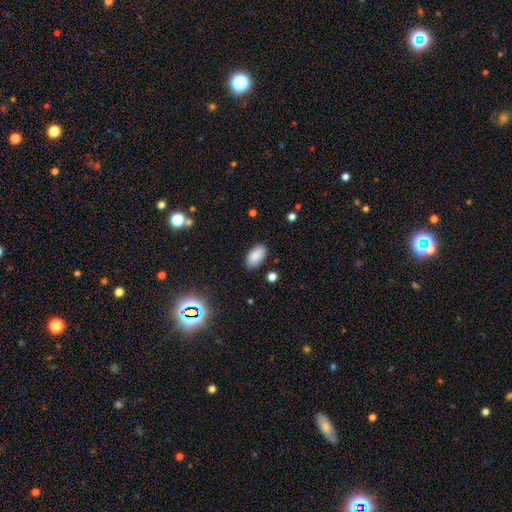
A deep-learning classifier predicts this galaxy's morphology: smooth 87%, star or artifact 9%, featured or disk 5%. Down the decision tree: how rounded — in between (94%); merging — none (84%).